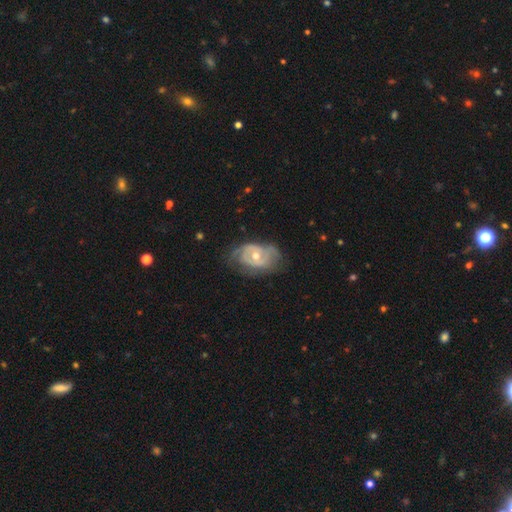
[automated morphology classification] This appears to be a featured or disk galaxy (75%) with no bar (65%), tight (57%) spiral arms (76%) and a moderate central bulge (64%). Merging: none (56%).